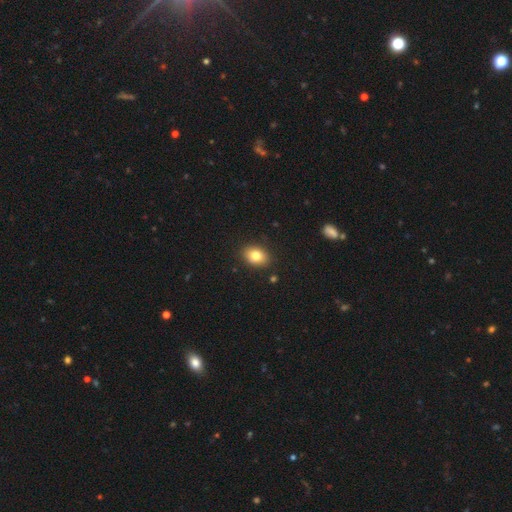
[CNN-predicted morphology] smooth_or_featured: smooth (p=0.81) [alt: star or artifact p=0.10]
how_rounded: in between (p=0.69) [alt: round p=0.30]
merging: none (p=0.87) [alt: minor disturbance p=0.09]